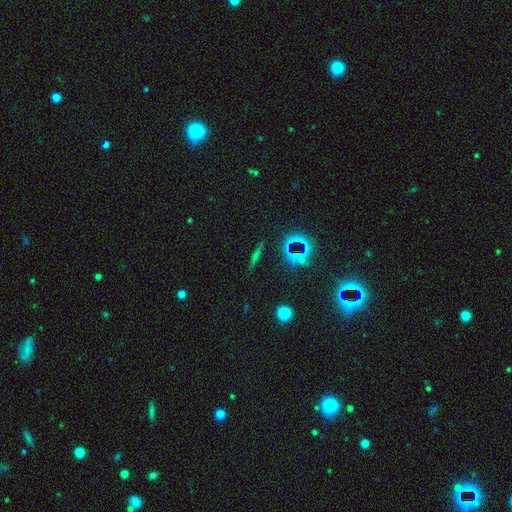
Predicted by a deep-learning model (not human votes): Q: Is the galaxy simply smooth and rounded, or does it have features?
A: featured or disk — 39%.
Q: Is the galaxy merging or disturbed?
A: none — 86%.